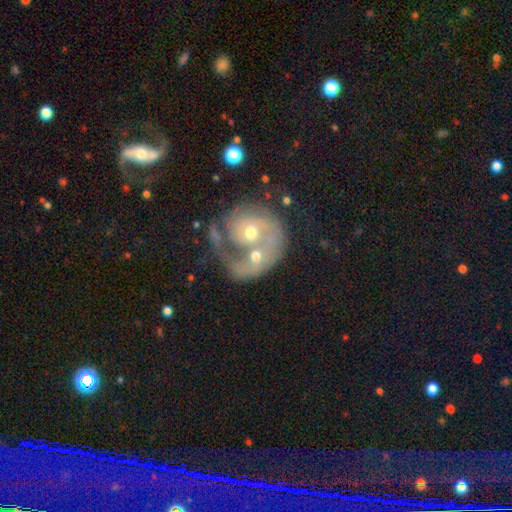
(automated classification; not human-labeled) featured or disk 67%, smooth 26%, star or artifact 7%. Down the decision tree: edge-on disk — no (97%); bar — no (75%); spiral arms — yes (66%); bulge size — moderate (67%); merging — merger (64%).